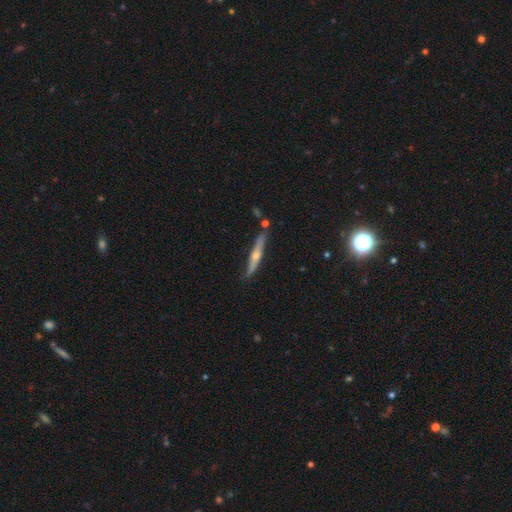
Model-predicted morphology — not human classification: featured or disk 73%, smooth 20%, star or artifact 7%. Down the decision tree: edge-on disk — yes (95%); edge-on bulge — rounded (89%); merging — none (81%).